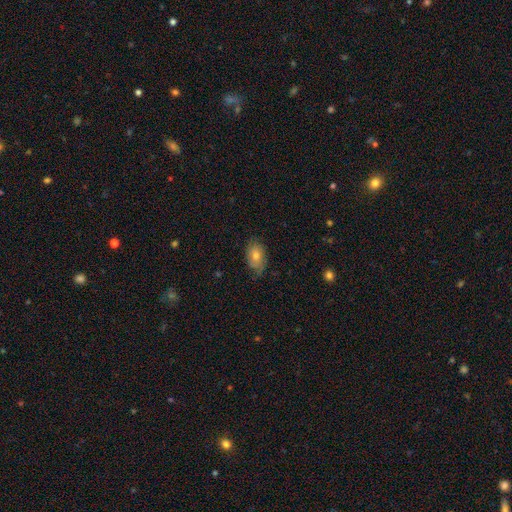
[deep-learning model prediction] This is possibly a smooth galaxy (56%). How rounded: clearly in between (85%). Merging: likely none (71%).